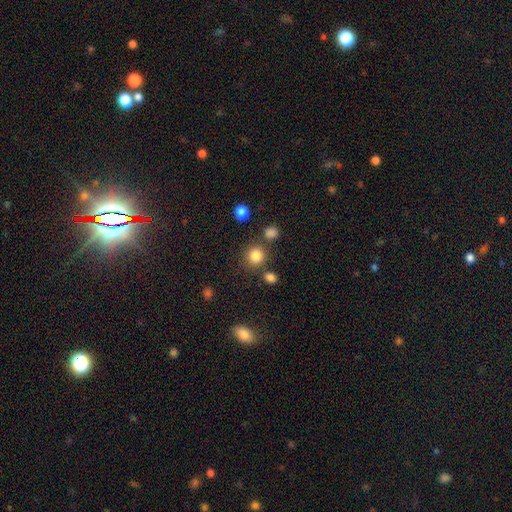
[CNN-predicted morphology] Smooth or featured? Predicted: smooth (p=0.83). How rounded? Predicted: round (p=0.90). Merging? Predicted: none (p=0.79).